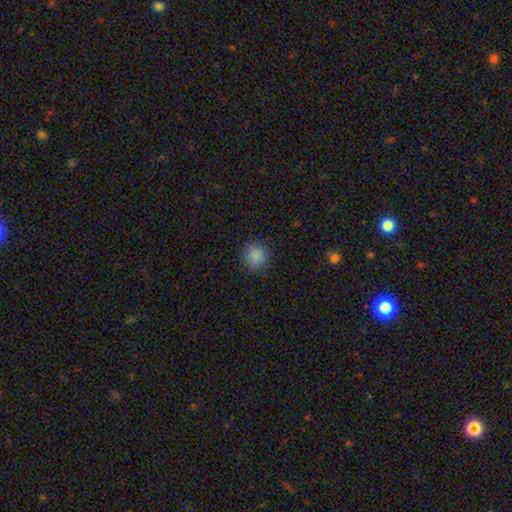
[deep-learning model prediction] Smooth or featured? smooth (87%)
How rounded? round (90%)
Merging? none (88%)